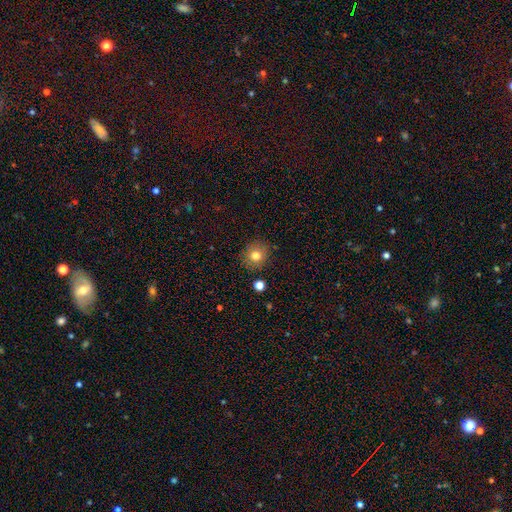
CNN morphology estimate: smooth_or_featured: smooth (p=0.78) [alt: star or artifact p=0.12]
how_rounded: round (p=0.85) [alt: in between p=0.14]
merging: none (p=0.86) [alt: minor disturbance p=0.09]